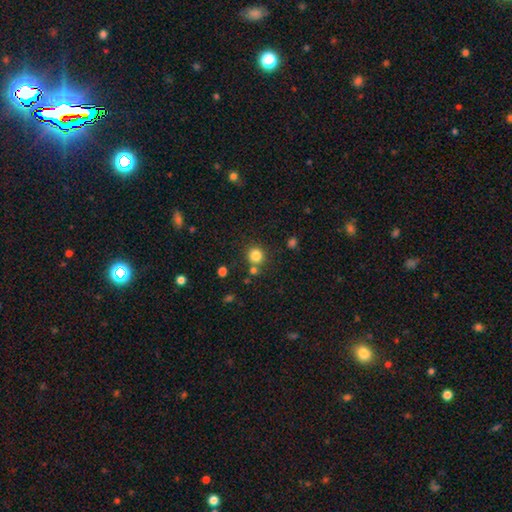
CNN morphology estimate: type=smooth (83%); roundness=round (92%); merging=none (76%).